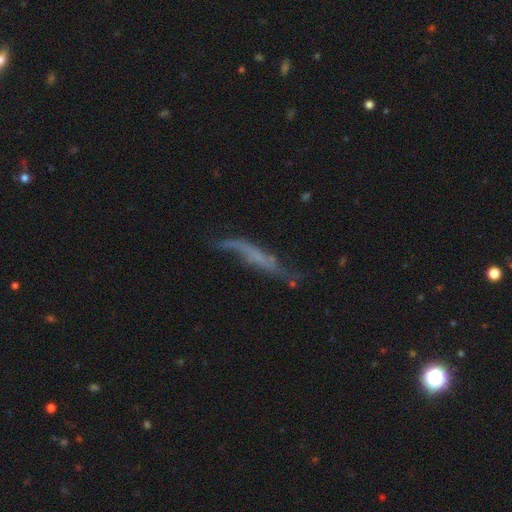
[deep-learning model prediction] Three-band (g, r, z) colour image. It shows a featured or disk galaxy (55%). Merging: none (43%).